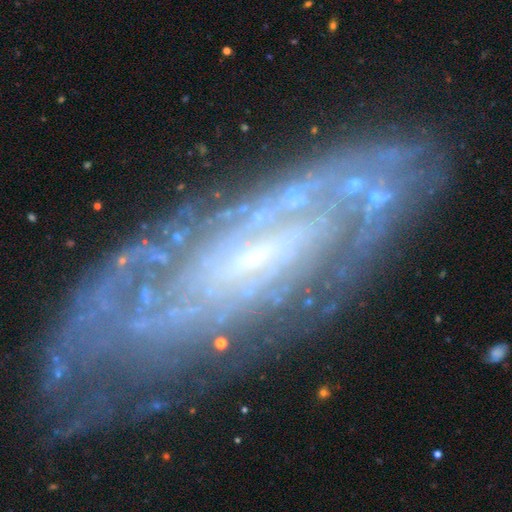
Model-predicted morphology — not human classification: Smooth or featured? Predicted: featured or disk (p=0.82). Edge-on disk? Predicted: no (p=0.87). Bar? Predicted: weak (p=0.42). Spiral arms? Predicted: yes (p=0.88). Spiral winding? Predicted: tight (p=0.58). Spiral arm count? Predicted: can't tell (p=0.43). Bulge size? Predicted: small (p=0.61). Merging? Predicted: none (p=0.69).